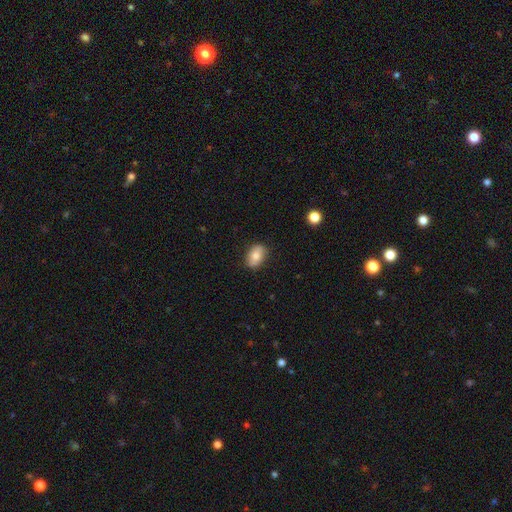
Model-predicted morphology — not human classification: This appears to be a smooth galaxy with no disk features (77%) that is in between round and cigar-shaped (83%). Merging: none (85%).